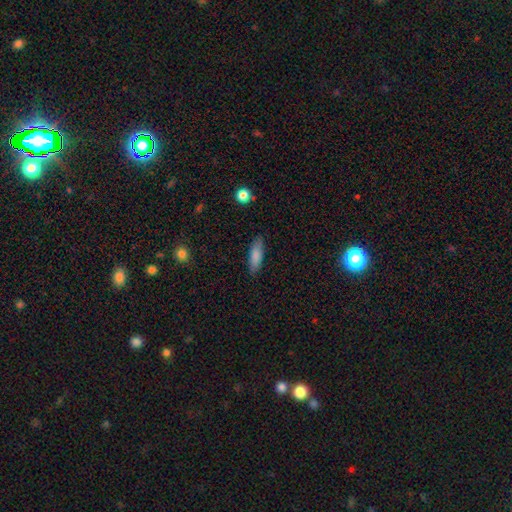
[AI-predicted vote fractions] smooth_or_featured: smooth (p=0.83) [alt: featured or disk p=0.10]
how_rounded: in between (p=0.53) [alt: cigar-shaped p=0.46]
merging: none (p=0.86) [alt: minor disturbance p=0.11]